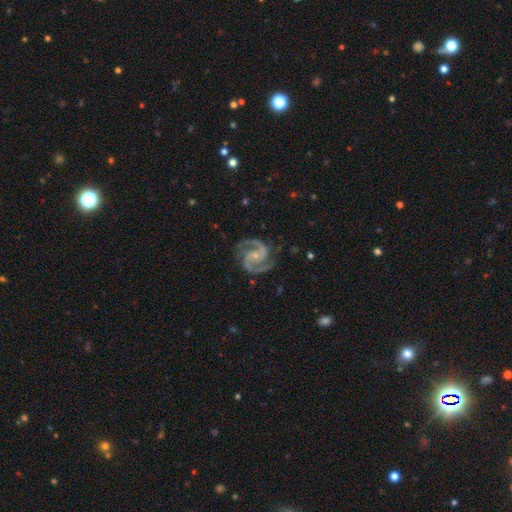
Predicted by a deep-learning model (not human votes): This is clearly a featured or disk galaxy (94%). It is clearly not viewed edge-on (98%). Bar: possibly no (54%). Spiral arm pattern: clearly yes (99%). Spiral arm count: clearly 2 (92%). Spiral winding: likely medium (64%). Central bulge: likely small (69%). Merging: clearly none (82%).